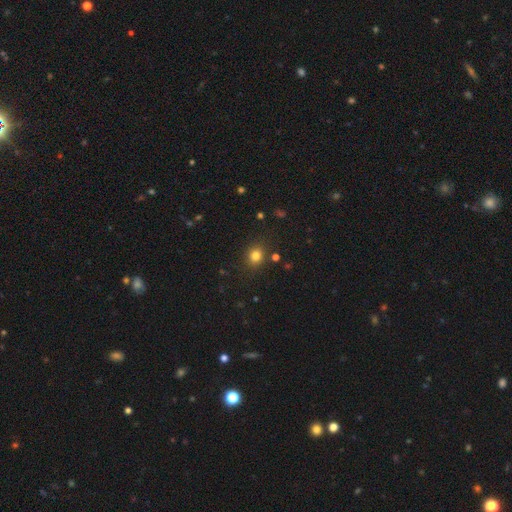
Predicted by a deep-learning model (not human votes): A smooth galaxy with no disk features (80%) that is round (67%).

Vote fractions:
- Smooth or featured? smooth: 80% / star or artifact: 14% / featured or disk: 6%
- How rounded? round: 67% / in between: 32% / cigar-shaped: 1%
- Merging? none: 86% / minor disturbance: 9% / major disturbance: 3% / merger: 3%